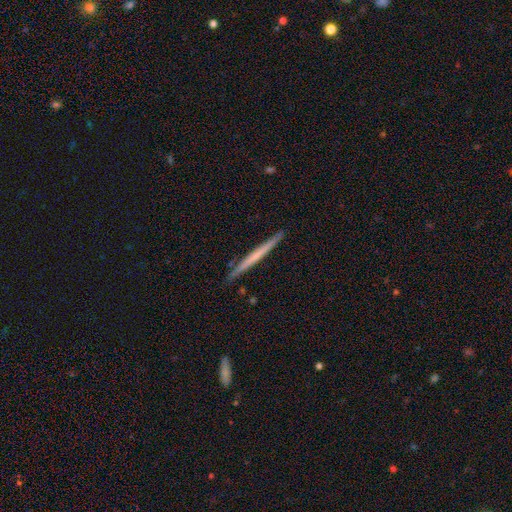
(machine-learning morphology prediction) Q: Smooth or featured?
A: featured or disk (51%); runner-up: smooth (44%)
Q: Edge-on disk?
A: yes (98%); runner-up: no (2%)
Q: Merging?
A: none (91%); runner-up: minor disturbance (7%)